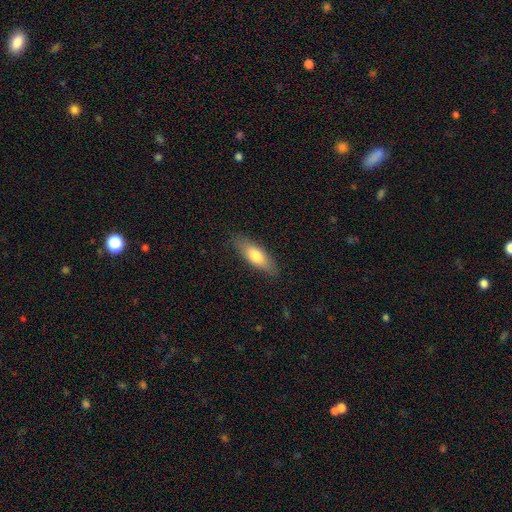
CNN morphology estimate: A smooth galaxy with no disk features (75%) that is in between round and cigar-shaped (60%). Merging: none (83%).